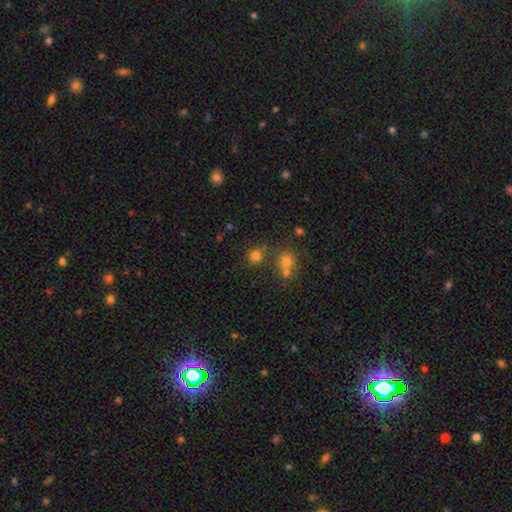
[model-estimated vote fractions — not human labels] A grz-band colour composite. It shows a smooth galaxy with no disk features (75%) that is round (90%). Merging: none (70%).